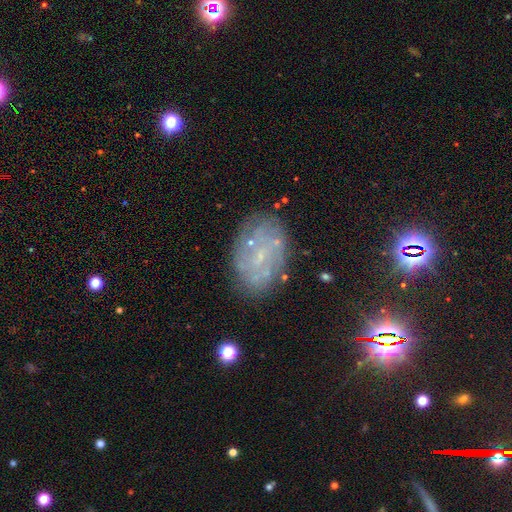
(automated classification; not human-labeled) The model was most divided on "spiral arms": yes: 63%, no: 37%. More confident: edge-on disk — no (95%); merging — none (76%); bulge size — small (72%); bar — no (61%); smooth or featured — featured or disk (60%).